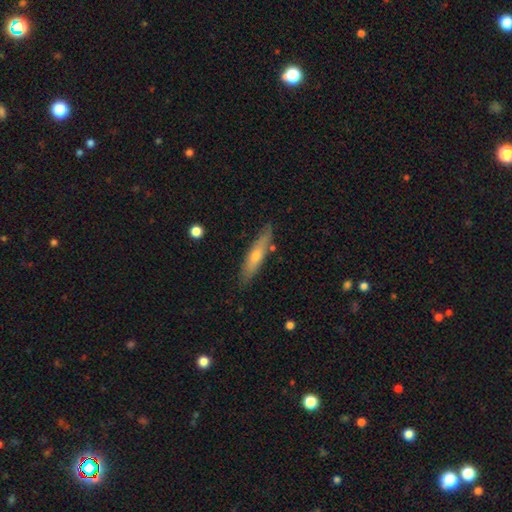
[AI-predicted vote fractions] Smooth or featured?
  - smooth: 48% *
  - featured or disk: 46%
  - star or artifact: 7%
Merging?
  - none: 82% *
  - minor disturbance: 13%
  - merger: 3%
  - major disturbance: 2%